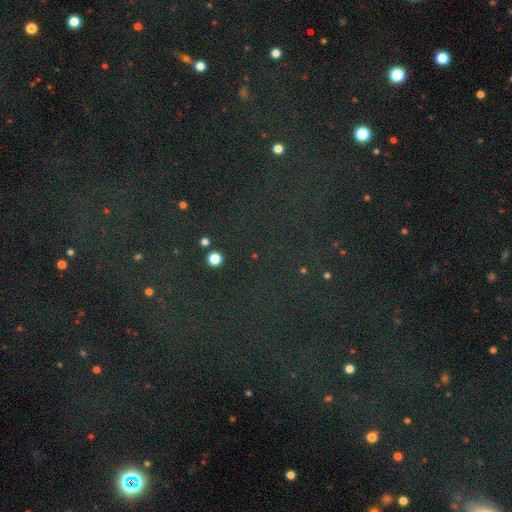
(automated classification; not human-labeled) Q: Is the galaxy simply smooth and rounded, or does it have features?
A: star or artifact — 78%.